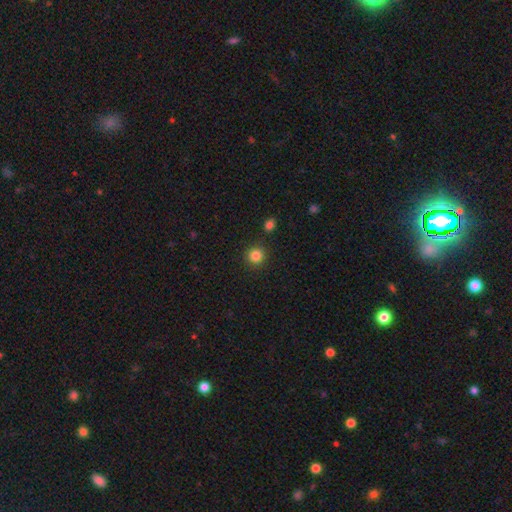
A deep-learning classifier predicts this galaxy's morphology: type=smooth (85%); roundness=round (94%); merging=none (89%).